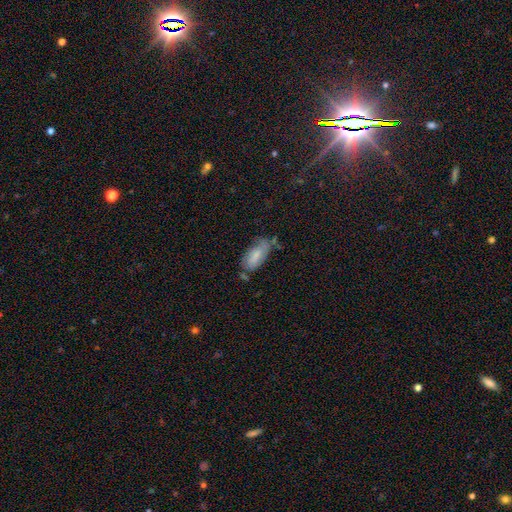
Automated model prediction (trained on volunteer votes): A smooth galaxy with no disk features (71%) that is in between round and cigar-shaped (89%).

Vote fractions:
- Smooth or featured? smooth: 71% / featured or disk: 22% / star or artifact: 7%
- How rounded? in between: 89% / cigar-shaped: 8% / round: 2%
- Merging? none: 47% / minor disturbance: 33% / major disturbance: 11% / merger: 9%